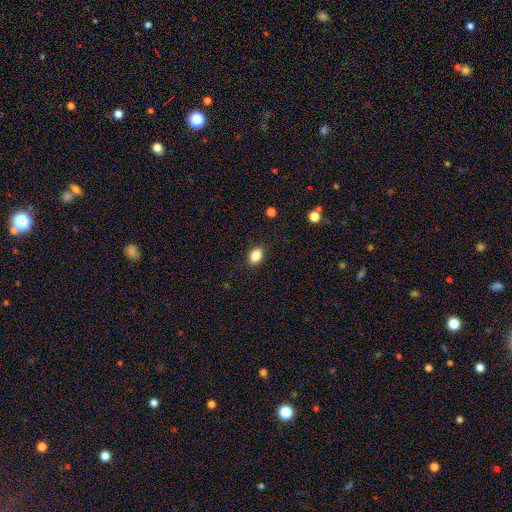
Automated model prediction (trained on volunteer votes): smooth-or-featured: smooth: 85% | star or artifact: 10% | featured or disk: 5%
  how-rounded: in between: 75% | round: 23% | cigar-shaped: 1%
  merging: none: 89% | minor disturbance: 8% | major disturbance: 2% | merger: 1%